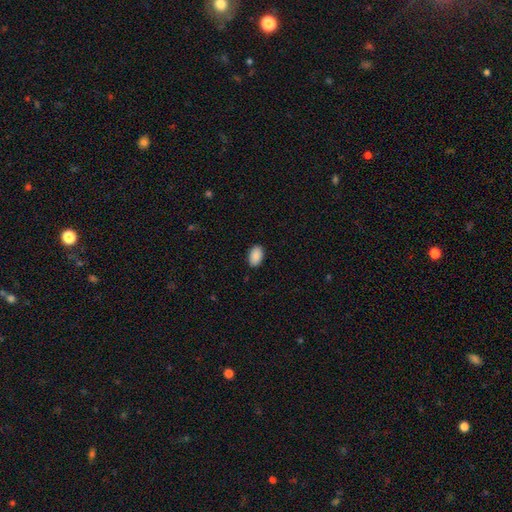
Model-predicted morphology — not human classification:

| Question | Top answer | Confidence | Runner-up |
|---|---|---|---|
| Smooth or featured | smooth | 90% | star or artifact (6%) |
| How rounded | in between | 93% | round (5%) |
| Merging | none | 89% | minor disturbance (8%) |